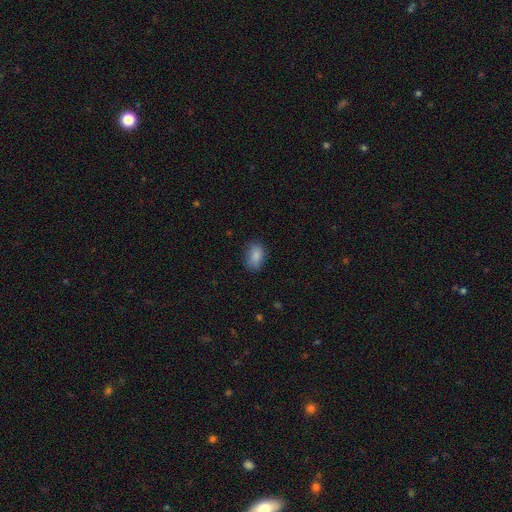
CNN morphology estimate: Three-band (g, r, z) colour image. It shows a smooth galaxy with no disk features (87%) that is in between round and cigar-shaped (87%). Merging: none (79%).